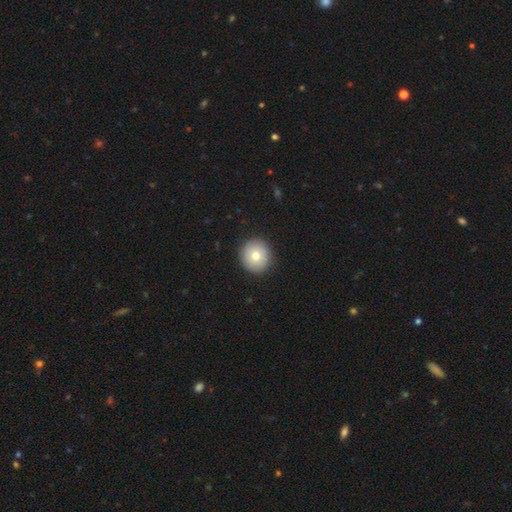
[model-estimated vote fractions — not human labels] Overall: smooth (76%). How rounded: round (93%). Merging: none (91%).